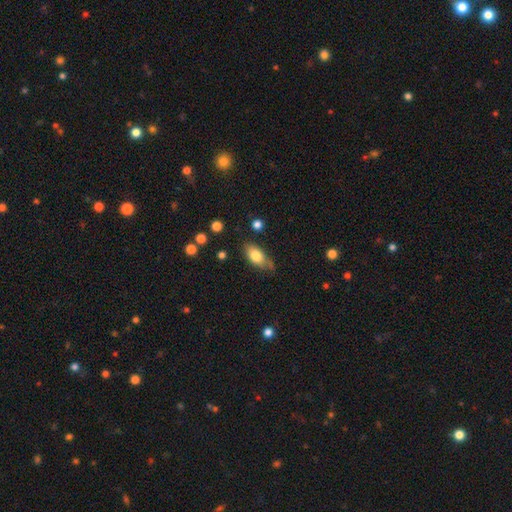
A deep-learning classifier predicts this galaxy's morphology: Smooth or featured?
  - smooth: 79% *
  - featured or disk: 14%
  - star or artifact: 8%
How rounded?
  - in between: 88% *
  - cigar-shaped: 7%
  - round: 6%
Merging?
  - none: 66% *
  - minor disturbance: 25%
  - major disturbance: 5%
  - merger: 4%